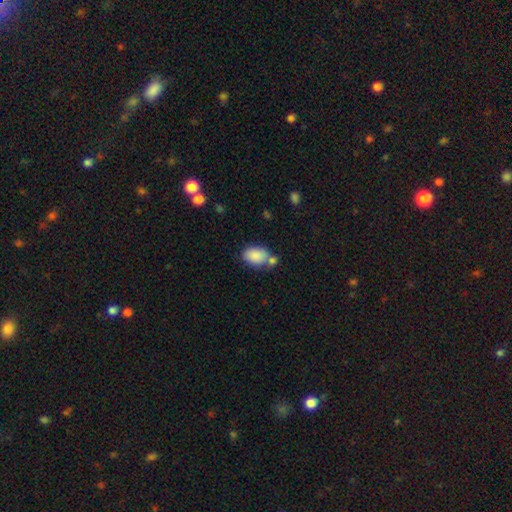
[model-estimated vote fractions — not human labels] Overall: smooth (86%). How rounded: in between (87%). Merging: none (58%; merger 21%).